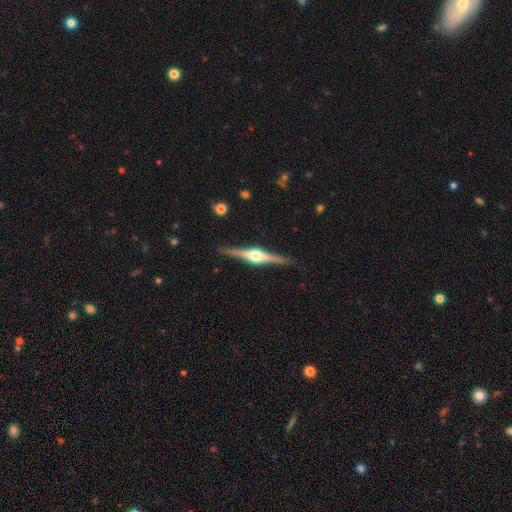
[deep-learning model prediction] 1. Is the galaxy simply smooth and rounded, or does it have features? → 86% featured or disk, 9% smooth, 5% star or artifact.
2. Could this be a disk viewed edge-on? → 98% yes, 2% no.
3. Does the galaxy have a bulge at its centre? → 92% rounded, 7% boxy, 2% none.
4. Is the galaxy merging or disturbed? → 90% none, 7% minor disturbance, 1% major disturbance, 1% merger.